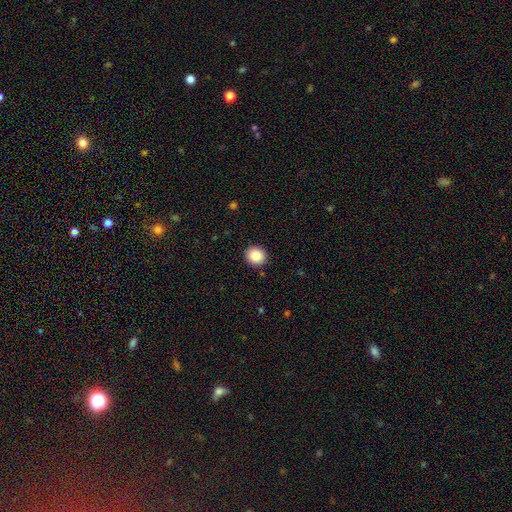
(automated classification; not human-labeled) A smooth galaxy with no disk features (87%) that is round (84%). Merging: none (91%).